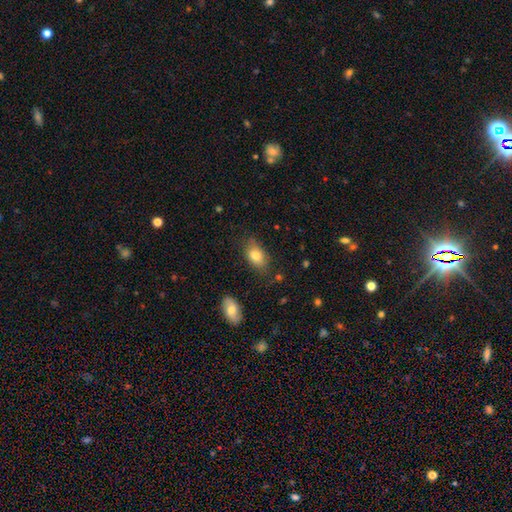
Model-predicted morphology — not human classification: Smooth or featured: smooth — 80% (featured or disk — 11%)
How rounded: in between — 87% (round — 11%)
Merging: none — 76% (minor disturbance — 18%)